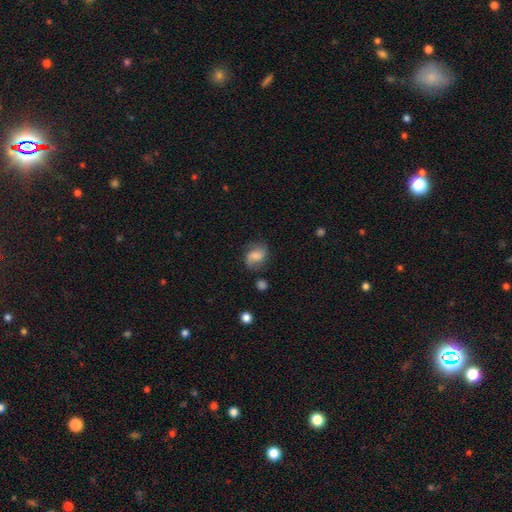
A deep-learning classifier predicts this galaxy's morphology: Smooth or featured? Predicted: smooth (p=0.52). How rounded? Predicted: in between (p=0.62). Merging? Predicted: none (p=0.62).